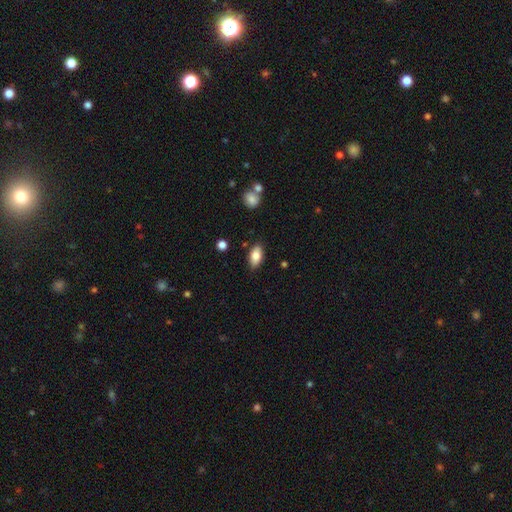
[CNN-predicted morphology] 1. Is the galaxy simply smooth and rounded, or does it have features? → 82% smooth, 11% featured or disk, 7% star or artifact.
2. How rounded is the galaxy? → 91% in between, 5% cigar-shaped, 4% round.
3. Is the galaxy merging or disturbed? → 85% none, 11% minor disturbance, 2% major disturbance, 2% merger.